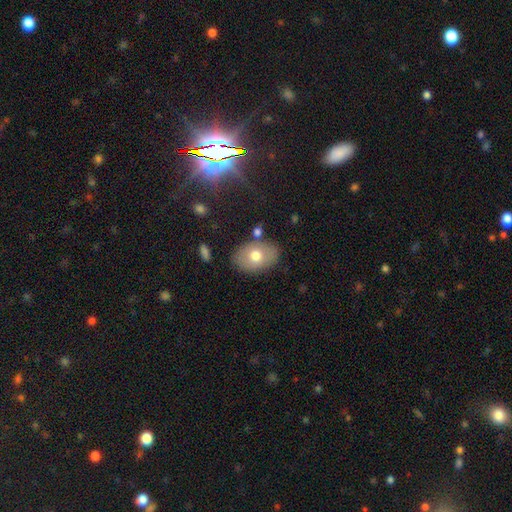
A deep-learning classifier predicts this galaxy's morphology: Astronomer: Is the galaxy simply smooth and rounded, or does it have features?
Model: smooth — 70%.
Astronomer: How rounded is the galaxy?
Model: in between — 83%.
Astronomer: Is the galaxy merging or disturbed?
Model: none — 77%.